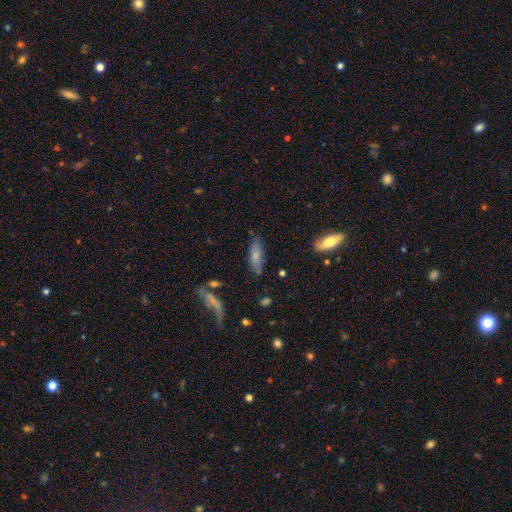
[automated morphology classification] smooth-or-featured: smooth: 72% | featured or disk: 20% | star or artifact: 7%
  how-rounded: in between: 53% | cigar-shaped: 45% | round: 2%
  merging: none: 73% | minor disturbance: 19% | major disturbance: 5% | merger: 3%